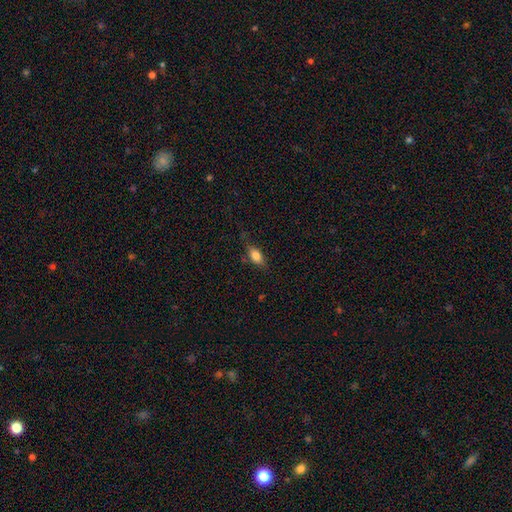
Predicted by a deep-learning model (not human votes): A smooth galaxy with no disk features (79%) that is in between round and cigar-shaped (83%).

Vote fractions:
- Smooth or featured? smooth: 79% / featured or disk: 12% / star or artifact: 8%
- How rounded? in between: 83% / cigar-shaped: 9% / round: 7%
- Merging? none: 71% / minor disturbance: 21% / major disturbance: 6% / merger: 2%